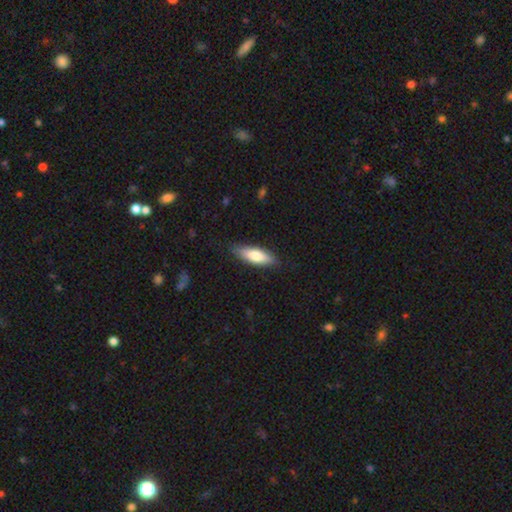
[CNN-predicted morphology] Smooth or featured?
  - smooth: 72% *
  - featured or disk: 22%
  - star or artifact: 6%
How rounded?
  - in between: 54% *
  - cigar-shaped: 44%
  - round: 2%
Merging?
  - none: 84% *
  - minor disturbance: 13%
  - major disturbance: 2%
  - merger: 1%